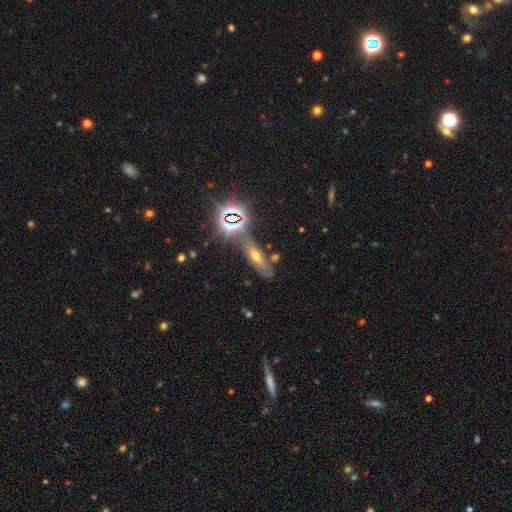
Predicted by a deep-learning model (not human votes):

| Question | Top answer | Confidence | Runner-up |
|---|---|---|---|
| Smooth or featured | star or artifact | 39% | smooth (31%) |